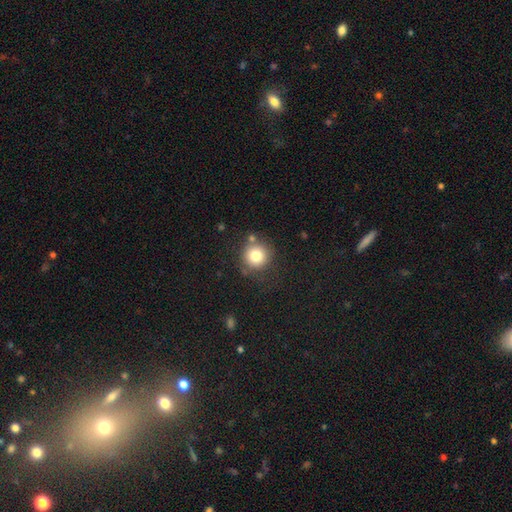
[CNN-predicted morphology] This appears to be a smooth galaxy with no disk features (79%) that is round (93%). Merging: none (76%).